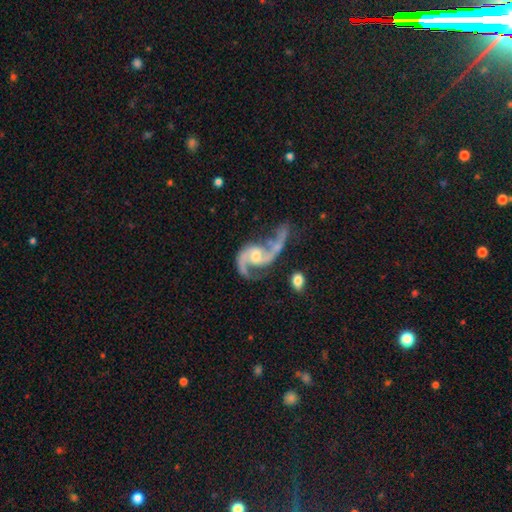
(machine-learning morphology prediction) Smooth or featured? featured or disk (92%)
Edge-on disk? no (98%)
Bar? no (48%)
Spiral arms? yes (98%)
Spiral winding? loose (52%)
Spiral arm count? 2 (92%)
Bulge size? small (46%)
Merging? none (49%)